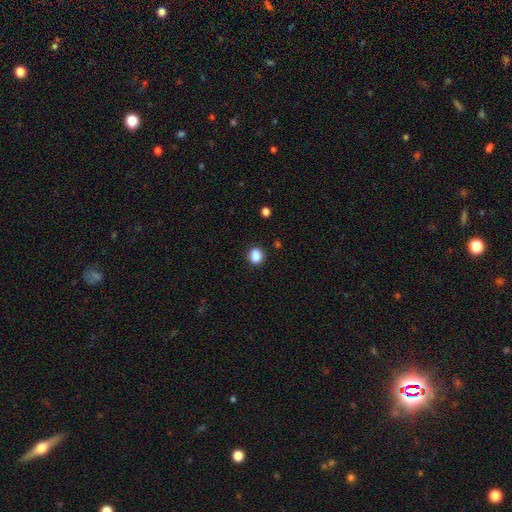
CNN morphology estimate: This appears to be a smooth galaxy with no disk features (87%) that is round (63%). Merging: none (86%).